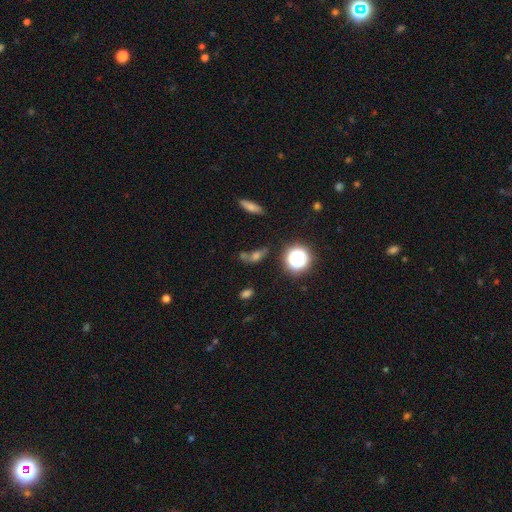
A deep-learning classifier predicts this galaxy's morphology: The model was most divided on "smooth or featured": smooth: 47%, star or artifact: 35%, featured or disk: 17%. More confident: merging — none (56%).